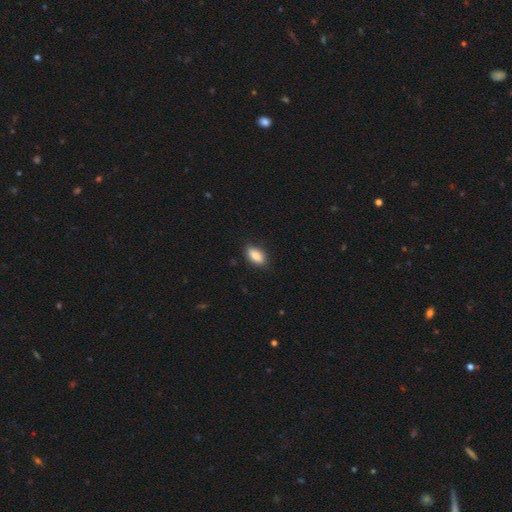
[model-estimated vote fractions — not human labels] A smooth galaxy with no disk features (86%) that is in between round and cigar-shaped (87%). Merging: none (84%).